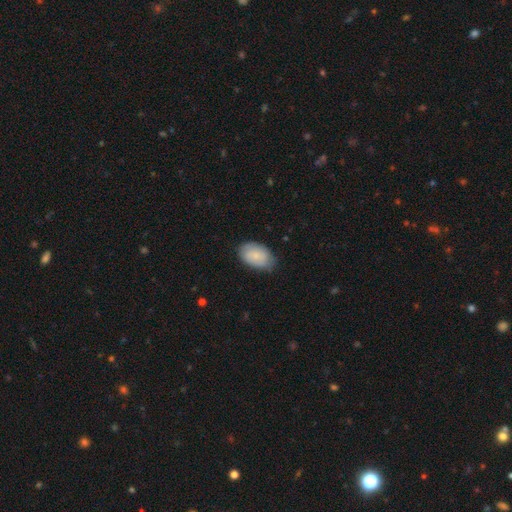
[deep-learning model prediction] A smooth galaxy with no disk features (76%) that is in between round and cigar-shaped (90%). Merging: none (74%).